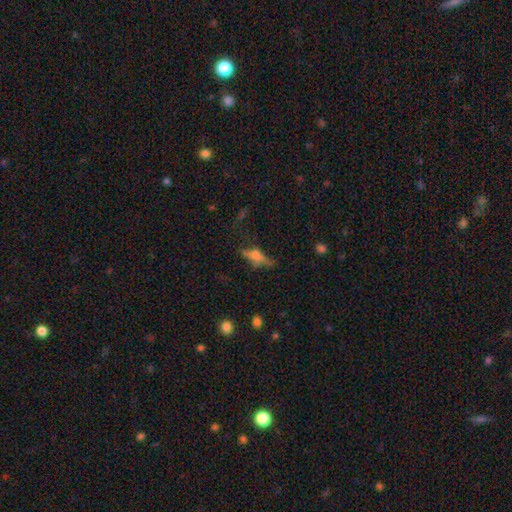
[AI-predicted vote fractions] This is marginally a featured or disk galaxy (41%, tied with smooth). Merging: possibly none (58%).